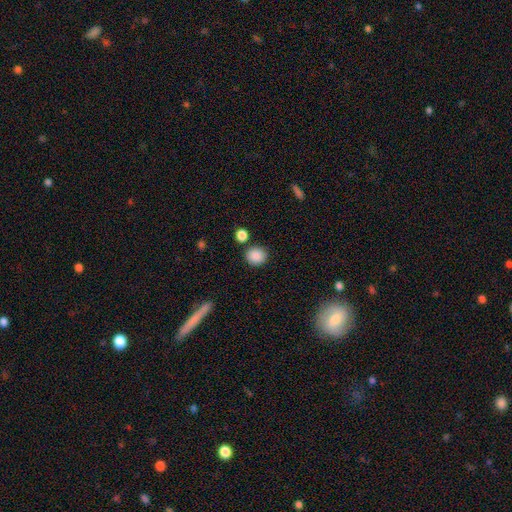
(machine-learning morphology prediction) This appears to be a smooth galaxy with no disk features (88%) that is round (84%). Merging: none (83%).